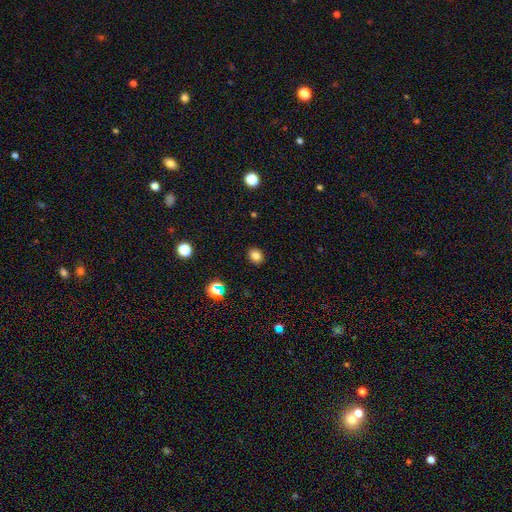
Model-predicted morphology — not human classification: This appears to be a smooth galaxy with no disk features (81%) that is round (59%). Merging: none (90%).